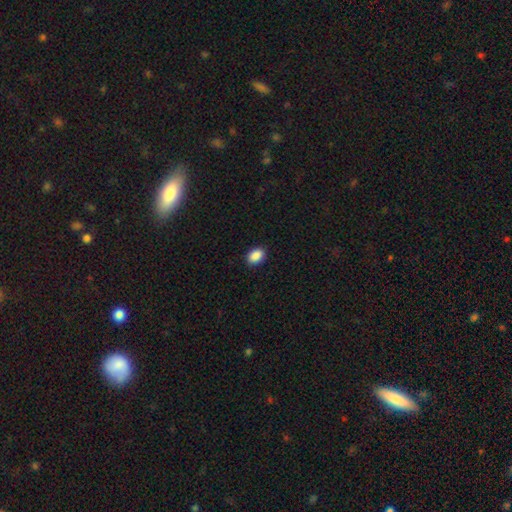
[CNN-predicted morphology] A smooth galaxy with no disk features (89%) that is in between round and cigar-shaped (81%).

Vote fractions:
- Smooth or featured? smooth: 89% / star or artifact: 8% / featured or disk: 3%
- How rounded? in between: 81% / round: 18% / cigar-shaped: 1%
- Merging? none: 90% / minor disturbance: 8% / major disturbance: 2% / merger: 1%